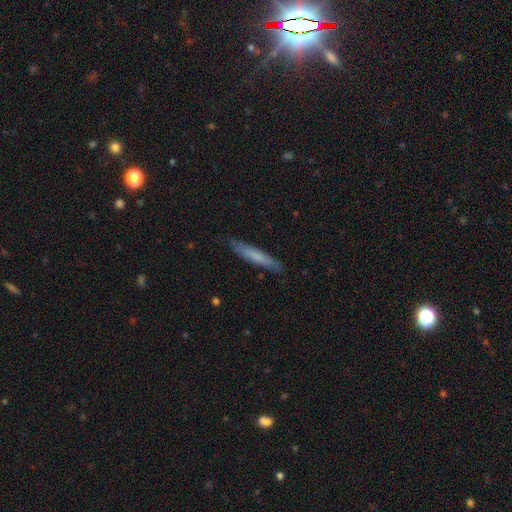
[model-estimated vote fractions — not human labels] Smooth or featured?
  - smooth: 67% *
  - featured or disk: 28%
  - star or artifact: 6%
How rounded?
  - cigar-shaped: 94% *
  - in between: 5%
  - round: 1%
Merging?
  - none: 87% *
  - minor disturbance: 10%
  - major disturbance: 2%
  - merger: 1%